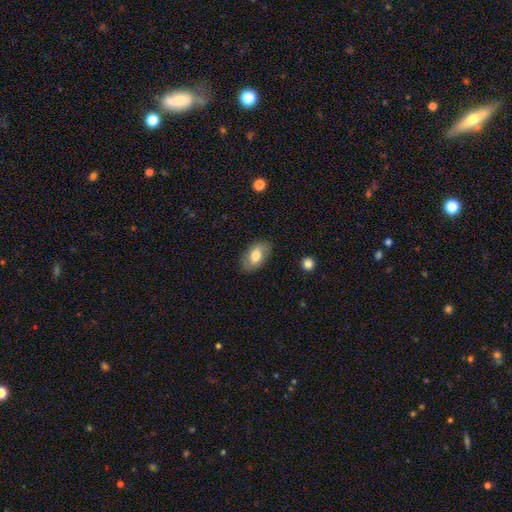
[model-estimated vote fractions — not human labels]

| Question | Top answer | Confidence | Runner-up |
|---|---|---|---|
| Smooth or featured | smooth | 67% | featured or disk (27%) |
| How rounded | in between | 91% | round (8%) |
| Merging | none | 82% | minor disturbance (14%) |